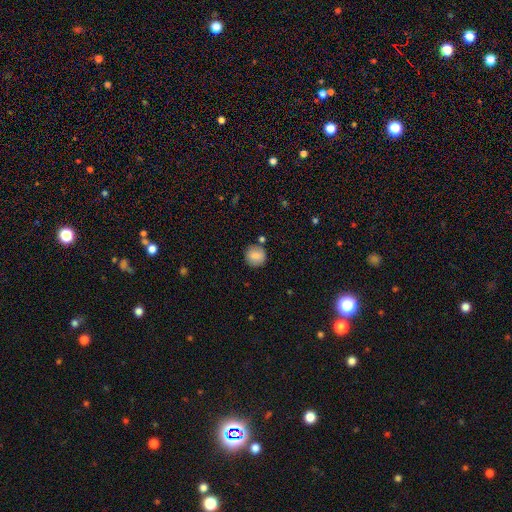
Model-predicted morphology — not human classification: This is clearly a smooth galaxy (84%). How rounded: clearly round (91%). Merging: clearly none (81%).